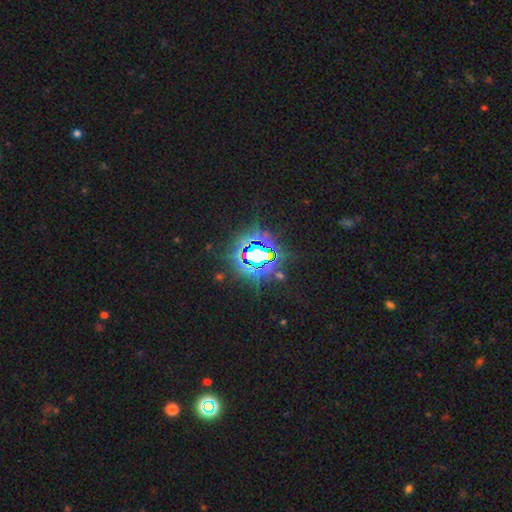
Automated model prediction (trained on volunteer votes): Smooth or featured?
  - star or artifact: 79% *
  - smooth: 11%
  - featured or disk: 10%